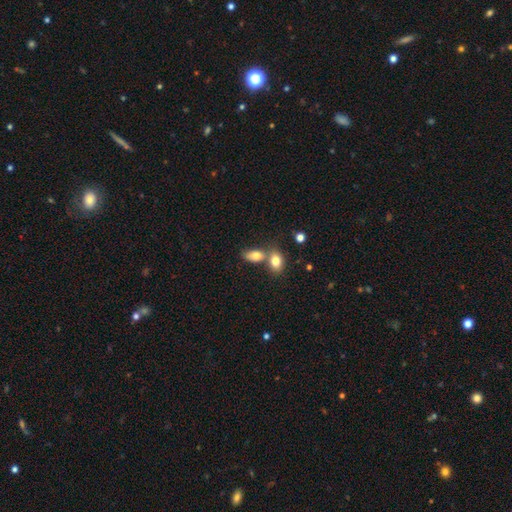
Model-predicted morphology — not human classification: Smooth or featured? smooth (81%)
How rounded? in between (86%)
Merging? merger (47%)